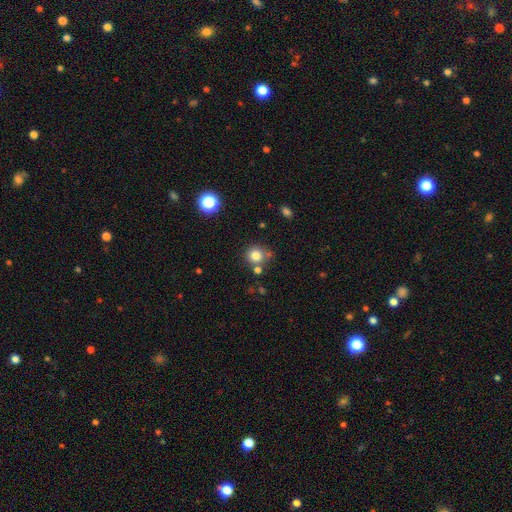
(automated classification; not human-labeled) Smooth or featured? smooth (80%)
How rounded? round (90%)
Merging? none (70%)